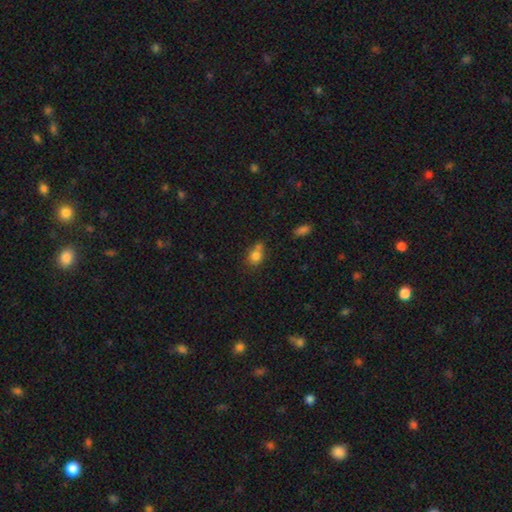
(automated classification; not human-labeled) Q: Smooth or featured?
A: smooth (78%); runner-up: star or artifact (12%)
Q: How rounded?
A: in between (54%); runner-up: round (44%)
Q: Merging?
A: none (44%); runner-up: minor disturbance (26%)